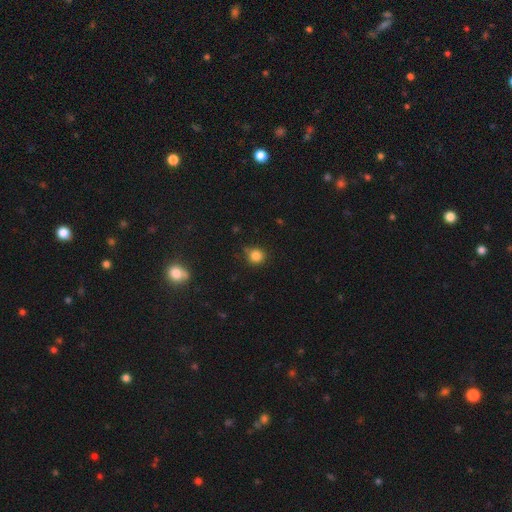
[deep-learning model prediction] Smooth or featured? smooth (83%)
How rounded? round (90%)
Merging? none (79%)